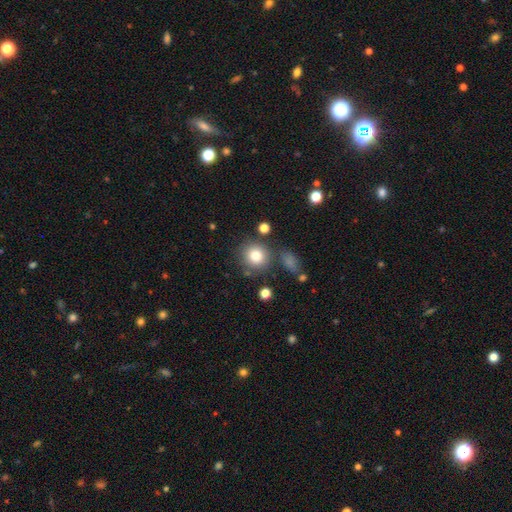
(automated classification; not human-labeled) This is clearly a smooth galaxy (82%). How rounded: clearly round (87%). Merging: likely none (76%).